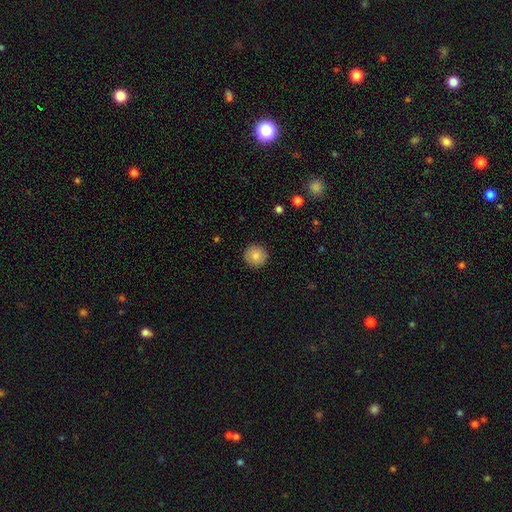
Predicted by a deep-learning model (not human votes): Smooth or featured?
  - smooth: 83% *
  - featured or disk: 9%
  - star or artifact: 8%
How rounded?
  - round: 95% *
  - in between: 4%
  - cigar-shaped: 1%
Merging?
  - none: 91% *
  - minor disturbance: 6%
  - major disturbance: 2%
  - merger: 1%